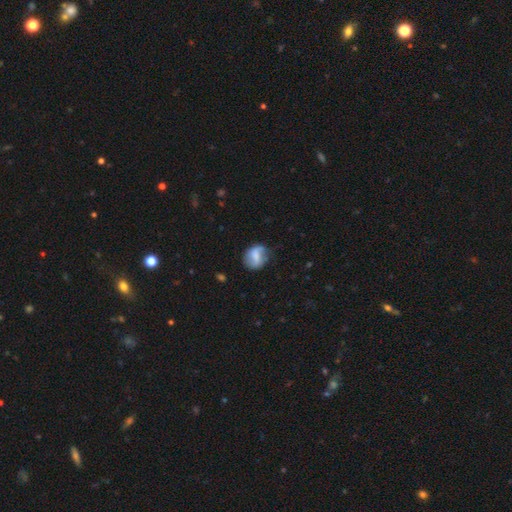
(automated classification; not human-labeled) Smooth or featured? smooth (52%)
How rounded? round (59%)
Merging? none (63%)